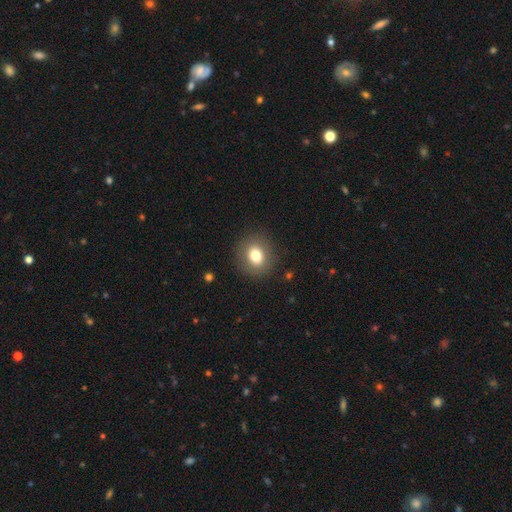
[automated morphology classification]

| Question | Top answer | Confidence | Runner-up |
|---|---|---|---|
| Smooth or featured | smooth | 77% | featured or disk (13%) |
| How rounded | round | 71% | in between (28%) |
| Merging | none | 87% | minor disturbance (8%) |